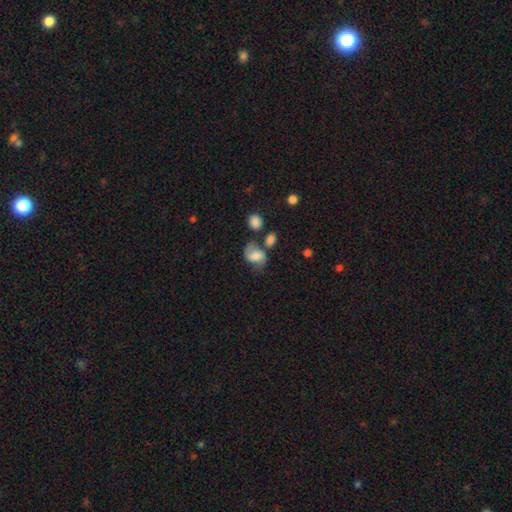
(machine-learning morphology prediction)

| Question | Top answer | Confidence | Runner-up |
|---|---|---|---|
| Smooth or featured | smooth | 61% | featured or disk (29%) |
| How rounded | in between | 69% | round (30%) |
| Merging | none | 44% | minor disturbance (24%) |